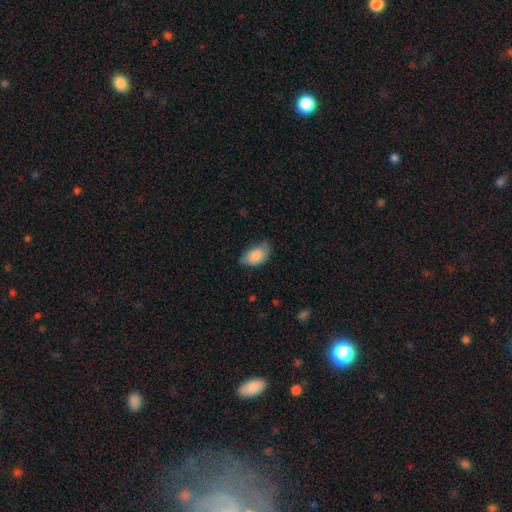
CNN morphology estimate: This appears to be a smooth galaxy with no disk features (86%) that is in between round and cigar-shaped (93%). Merging: none (63%).